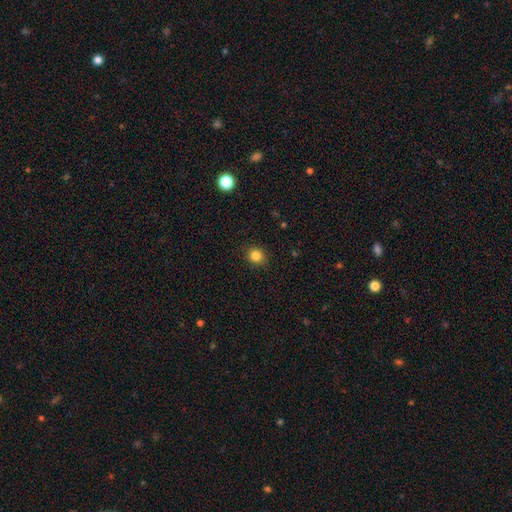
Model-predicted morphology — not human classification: Smooth or featured? Predicted: smooth (p=0.83). How rounded? Predicted: round (p=0.82). Merging? Predicted: none (p=0.91).